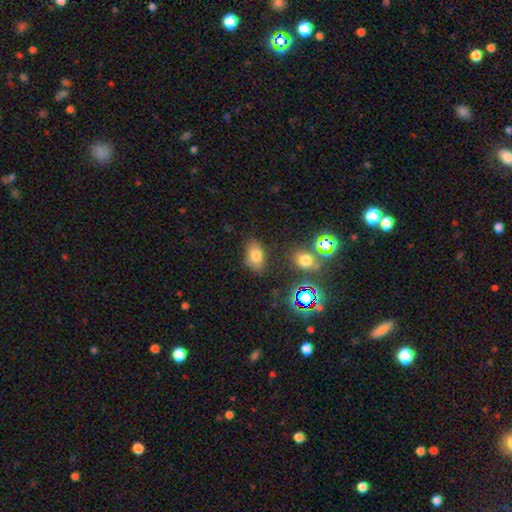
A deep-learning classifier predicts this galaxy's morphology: smooth_or_featured: smooth (p=0.75) [alt: star or artifact p=0.15]
how_rounded: in between (p=0.85) [alt: round p=0.13]
merging: none (p=0.75) [alt: minor disturbance p=0.16]